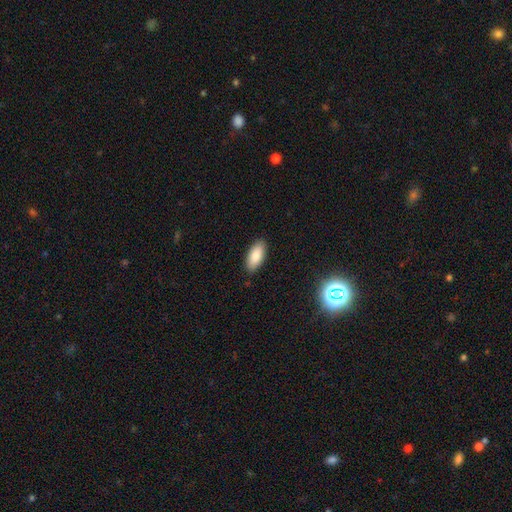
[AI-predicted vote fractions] A smooth galaxy with no disk features (86%) that is in between round and cigar-shaped (88%). Merging: none (89%).